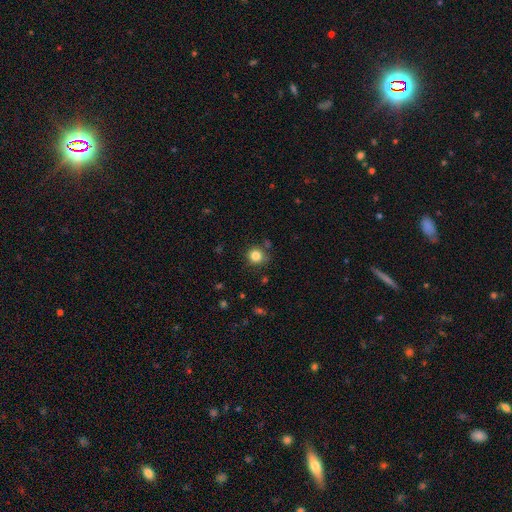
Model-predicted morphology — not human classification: Smooth or featured: smooth — 83% (star or artifact — 12%)
How rounded: round — 91% (in between — 9%)
Merging: none — 80% (minor disturbance — 13%)